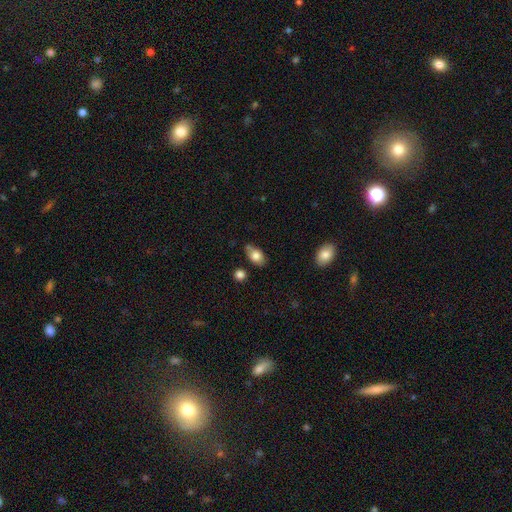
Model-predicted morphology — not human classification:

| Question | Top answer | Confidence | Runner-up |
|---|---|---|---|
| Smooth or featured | smooth | 80% | featured or disk (12%) |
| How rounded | in between | 85% | round (12%) |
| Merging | none | 70% | minor disturbance (19%) |